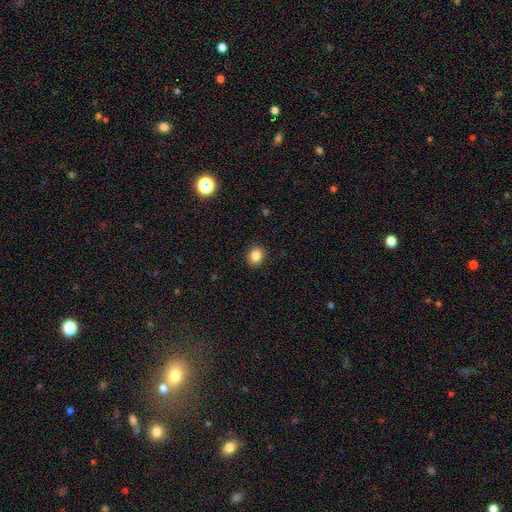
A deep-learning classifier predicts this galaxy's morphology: Smooth or featured: smooth — 85% (star or artifact — 10%)
How rounded: round — 68% (in between — 31%)
Merging: none — 90% (minor disturbance — 7%)